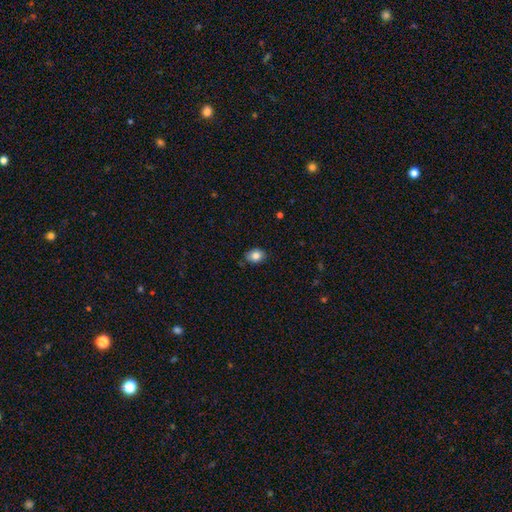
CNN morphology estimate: Smooth or featured? Predicted: smooth (p=0.83). How rounded? Predicted: in between (p=0.64). Merging? Predicted: none (p=0.79).